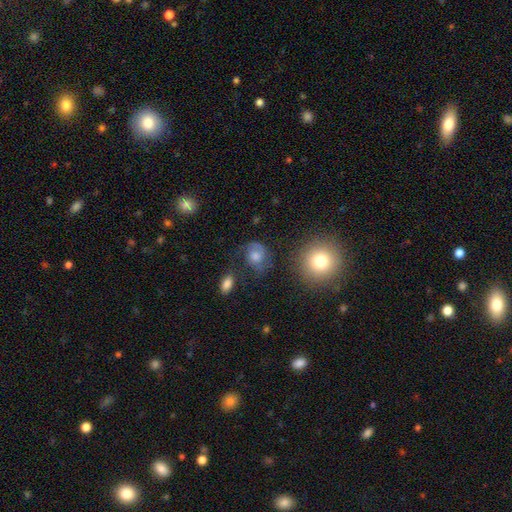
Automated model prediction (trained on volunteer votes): This appears to be a featured or disk galaxy (50%). Merging: none (63%).